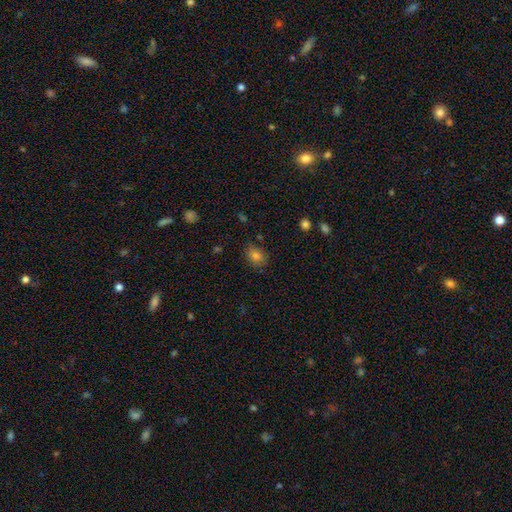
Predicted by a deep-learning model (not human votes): Morphology: type=smooth (80%); roundness=in between (56%); merging=none (81%).